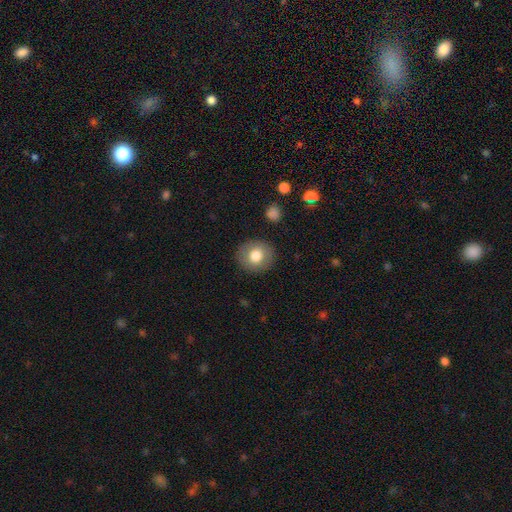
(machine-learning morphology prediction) This appears to be a smooth galaxy with no disk features (77%) that is round (86%). Merging: none (88%).